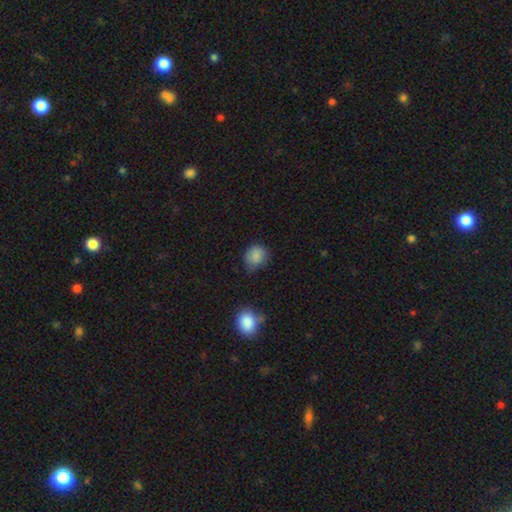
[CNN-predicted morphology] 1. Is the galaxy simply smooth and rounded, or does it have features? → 84% smooth, 10% star or artifact, 6% featured or disk.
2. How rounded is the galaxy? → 64% round, 35% in between, 1% cigar-shaped.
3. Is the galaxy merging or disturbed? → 62% none, 29% minor disturbance, 6% major disturbance, 2% merger.